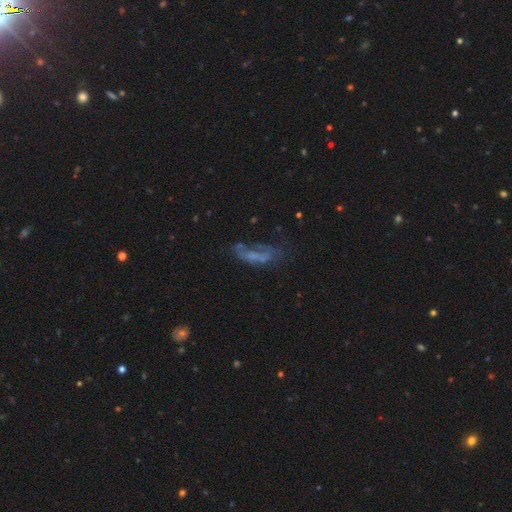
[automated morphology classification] Overall: featured or disk (45%; smooth 38%). Merging: major disturbance (35%; none 33%).